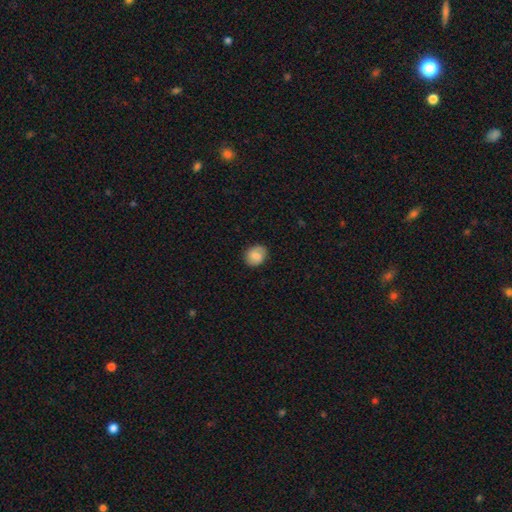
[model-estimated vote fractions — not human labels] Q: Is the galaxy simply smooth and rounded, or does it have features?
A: smooth — 77%.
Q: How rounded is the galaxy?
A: round — 61%.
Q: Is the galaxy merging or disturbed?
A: none — 80%.